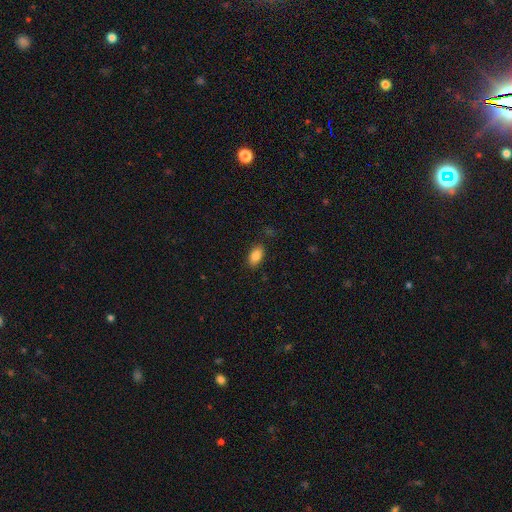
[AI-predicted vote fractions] smooth 86%, star or artifact 8%, featured or disk 6%. Down the decision tree: how rounded — in between (92%); merging — none (85%).